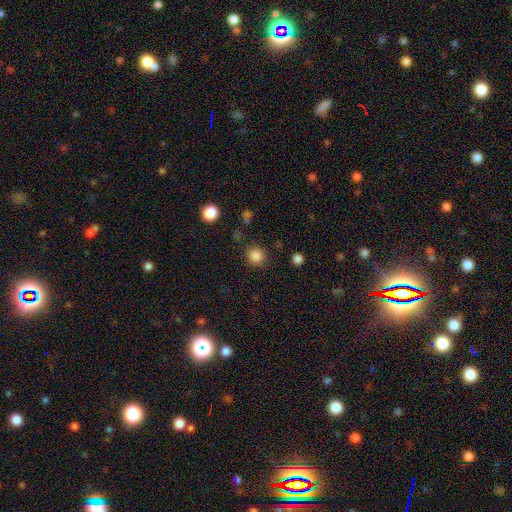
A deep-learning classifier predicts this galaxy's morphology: Smooth or featured?
  - smooth: 84% *
  - star or artifact: 12%
  - featured or disk: 4%
How rounded?
  - round: 92% *
  - in between: 7%
  - cigar-shaped: 1%
Merging?
  - none: 86% *
  - minor disturbance: 8%
  - major disturbance: 3%
  - merger: 2%